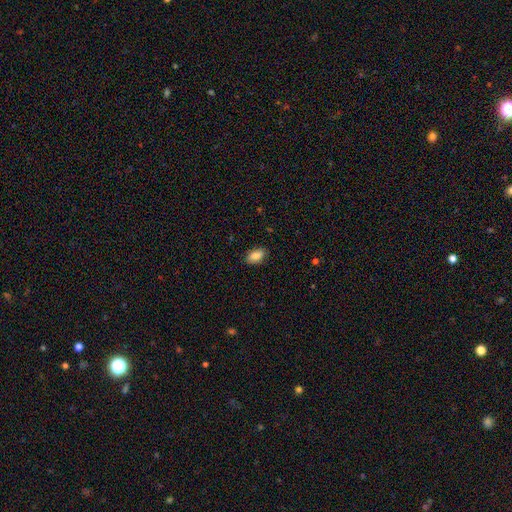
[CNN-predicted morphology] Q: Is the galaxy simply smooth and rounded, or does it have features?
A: smooth — 86%.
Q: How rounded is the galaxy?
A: in between — 92%.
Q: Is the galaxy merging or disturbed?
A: none — 87%.